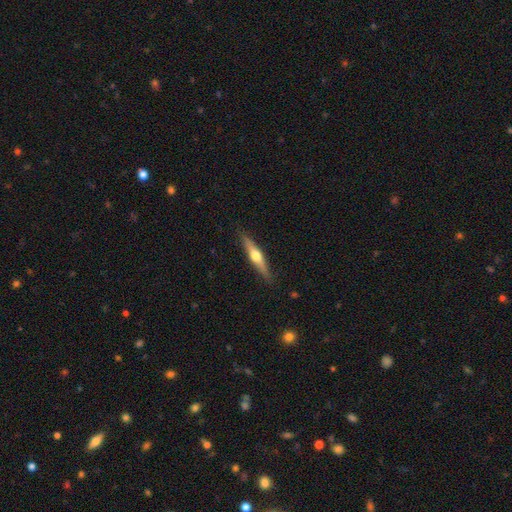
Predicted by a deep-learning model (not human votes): A featured or disk galaxy (62%) viewed edge-on (96%) with a rounded central bulge (94%). Merging: none (88%).